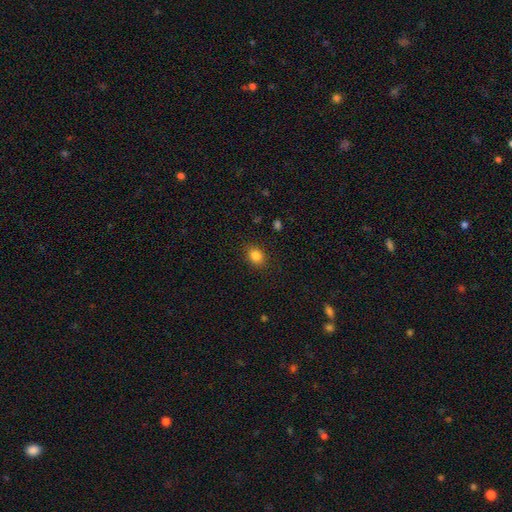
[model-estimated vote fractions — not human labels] The model was most divided on "how rounded": round: 51%, in between: 48%, cigar-shaped: 1%. More confident: merging — none (87%); smooth or featured — smooth (84%).